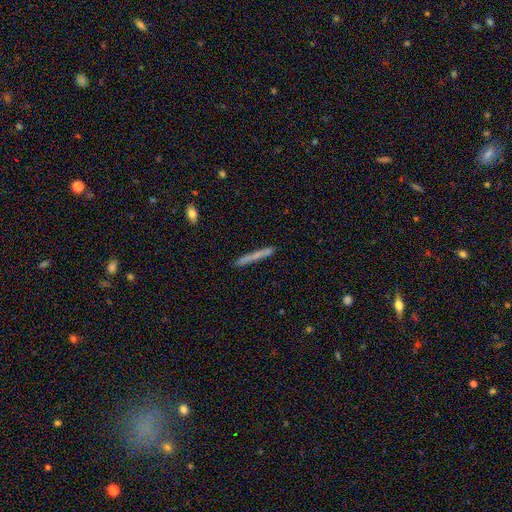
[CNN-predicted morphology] smooth_or_featured: smooth (p=0.64) [alt: featured or disk p=0.29]
how_rounded: cigar-shaped (p=0.97) [alt: in between p=0.02]
merging: none (p=0.88) [alt: minor disturbance p=0.08]